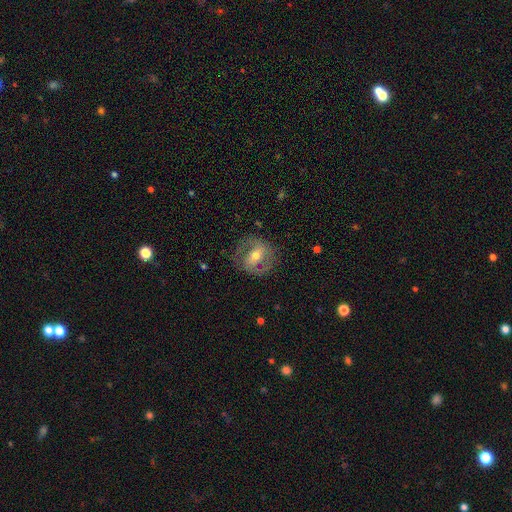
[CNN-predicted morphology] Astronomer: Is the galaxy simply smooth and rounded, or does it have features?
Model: featured or disk — 70%.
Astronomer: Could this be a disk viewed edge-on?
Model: no — 95%.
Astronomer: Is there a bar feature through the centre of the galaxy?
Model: weak — 40% (runner-up: strong, 39%).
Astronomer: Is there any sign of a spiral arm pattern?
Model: yes — 74%.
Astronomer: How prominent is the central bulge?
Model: moderate — 64%.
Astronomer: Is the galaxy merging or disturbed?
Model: none — 73%.